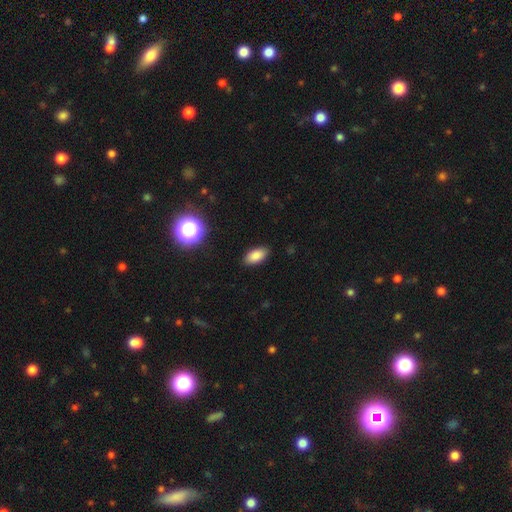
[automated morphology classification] Overall: smooth (84%). How rounded: in between (91%). Merging: none (87%).